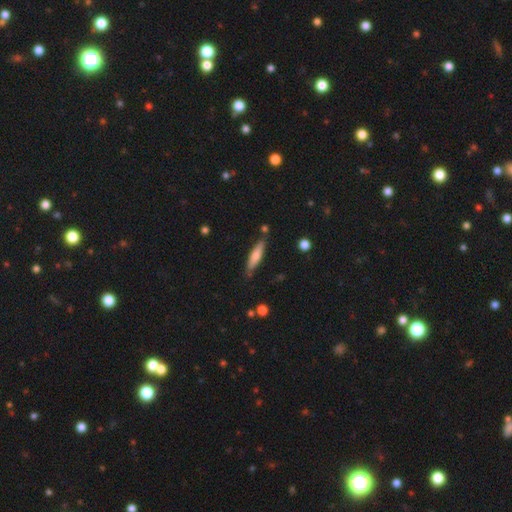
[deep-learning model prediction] Smooth or featured? Predicted: smooth (p=0.64). How rounded? Predicted: cigar-shaped (p=0.80). Merging? Predicted: none (p=0.80).